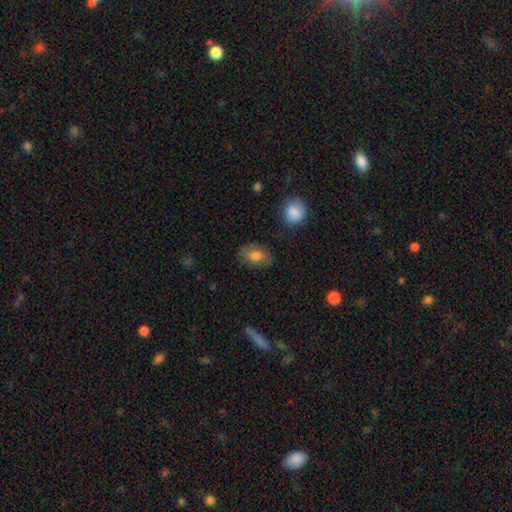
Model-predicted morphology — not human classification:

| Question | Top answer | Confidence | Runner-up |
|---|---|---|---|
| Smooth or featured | smooth | 73% | featured or disk (19%) |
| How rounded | in between | 85% | round (13%) |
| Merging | none | 76% | minor disturbance (16%) |